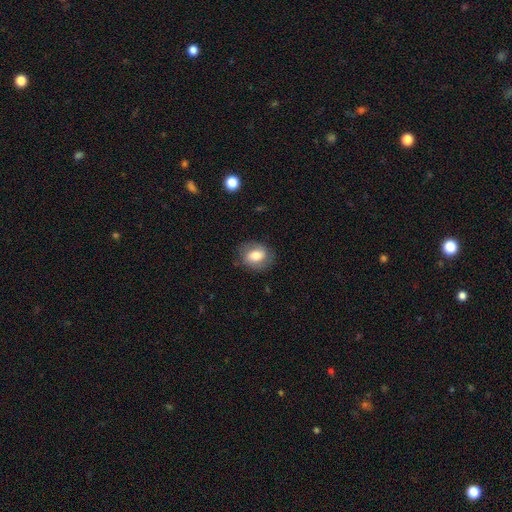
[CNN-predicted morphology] smooth-or-featured: smooth: 70% | featured or disk: 22% | star or artifact: 8%
  how-rounded: in between: 57% | round: 42% | cigar-shaped: 1%
  merging: none: 77% | minor disturbance: 16% | major disturbance: 6% | merger: 1%